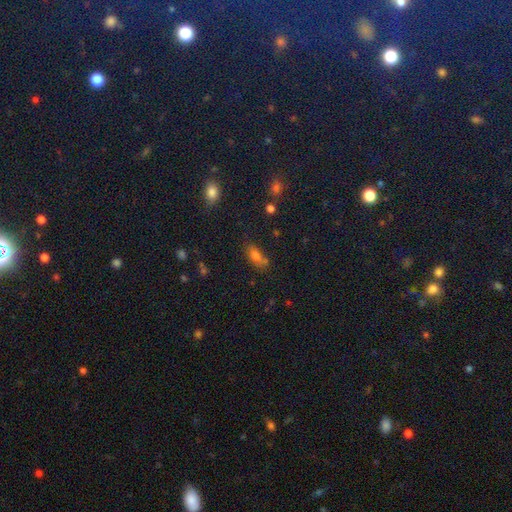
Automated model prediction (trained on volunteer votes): Smooth or featured? smooth (72%)
How rounded? in between (77%)
Merging? none (52%)